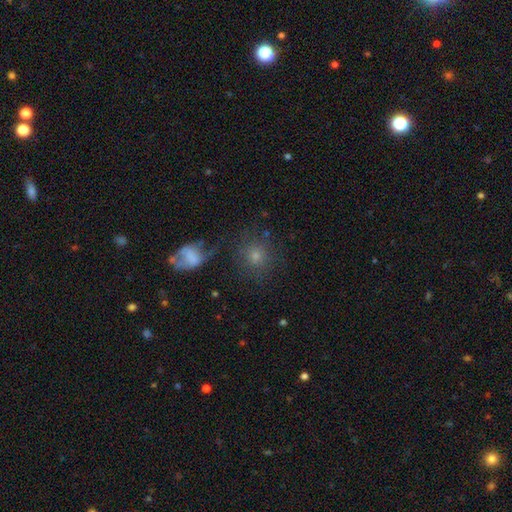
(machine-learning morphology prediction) A smooth galaxy with no disk features (69%) that is round (84%).

Vote fractions:
- Smooth or featured? smooth: 69% / star or artifact: 16% / featured or disk: 15%
- How rounded? round: 84% / in between: 15% / cigar-shaped: 1%
- Merging? none: 68% / minor disturbance: 13% / major disturbance: 10% / merger: 9%